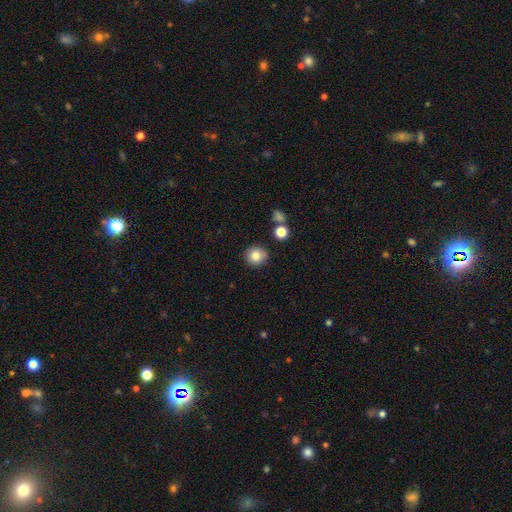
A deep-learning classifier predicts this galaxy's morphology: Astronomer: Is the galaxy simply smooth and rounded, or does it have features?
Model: smooth — 83%.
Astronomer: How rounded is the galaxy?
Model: round — 89%.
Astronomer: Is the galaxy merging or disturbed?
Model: none — 87%.